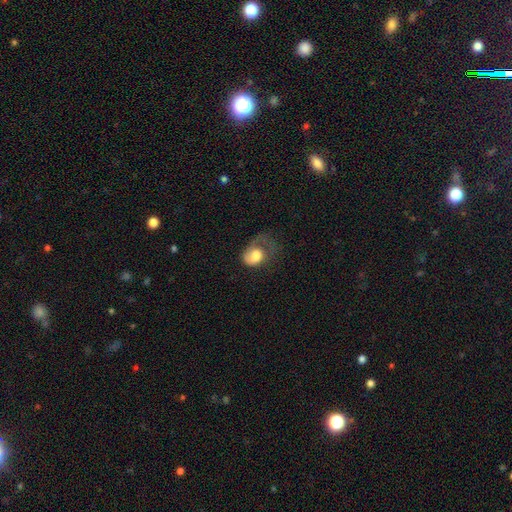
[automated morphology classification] smooth 58%, featured or disk 35%, star or artifact 7%. Down the decision tree: how rounded — in between (63%); merging — major disturbance (57%).